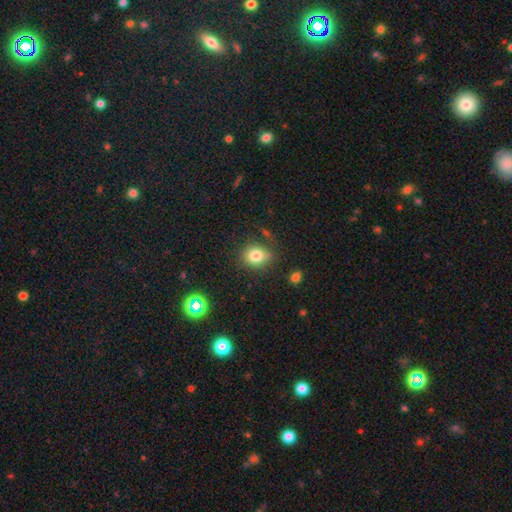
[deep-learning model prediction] A smooth galaxy with no disk features (80%) that is round (59%).

Vote fractions:
- Smooth or featured? smooth: 80% / star or artifact: 12% / featured or disk: 8%
- How rounded? round: 59% / in between: 40% / cigar-shaped: 1%
- Merging? none: 77% / minor disturbance: 15% / major disturbance: 5% / merger: 3%